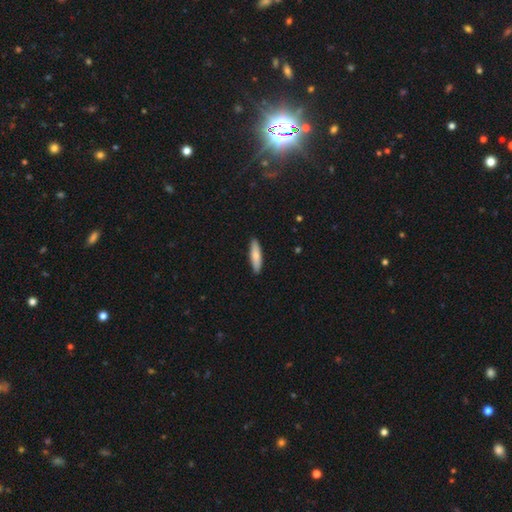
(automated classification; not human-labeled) Q: Smooth or featured?
A: smooth (77%); runner-up: featured or disk (18%)
Q: How rounded?
A: cigar-shaped (70%); runner-up: in between (28%)
Q: Merging?
A: none (90%); runner-up: minor disturbance (8%)